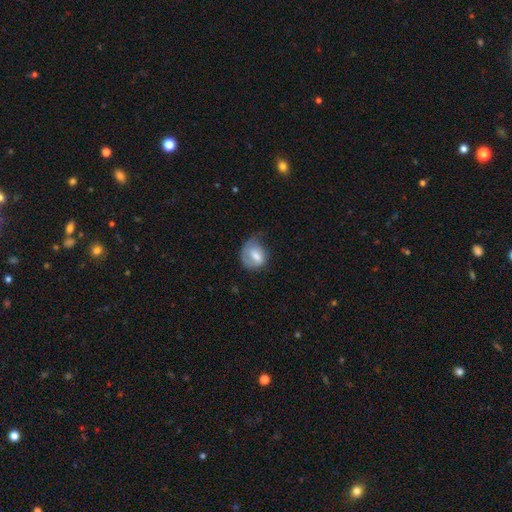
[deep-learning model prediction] smooth-or-featured: smooth: 64% | featured or disk: 28% | star or artifact: 7%
  how-rounded: round: 53% | in between: 46% | cigar-shaped: 2%
  merging: none: 38% | minor disturbance: 35% | major disturbance: 25% | merger: 2%